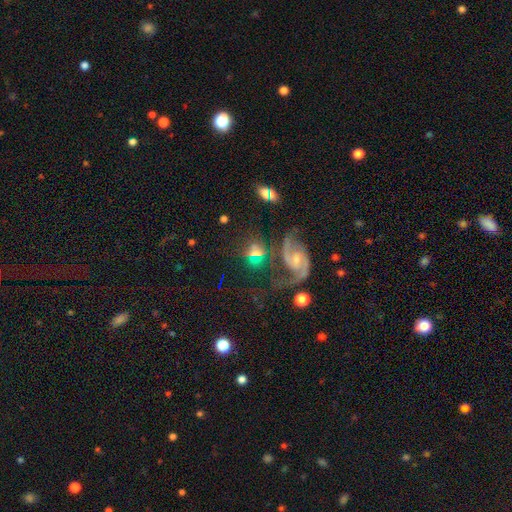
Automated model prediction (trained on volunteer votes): smooth_or_featured: featured or disk (p=0.48) [alt: smooth p=0.30]
merging: none (p=0.59) [alt: minor disturbance p=0.17]